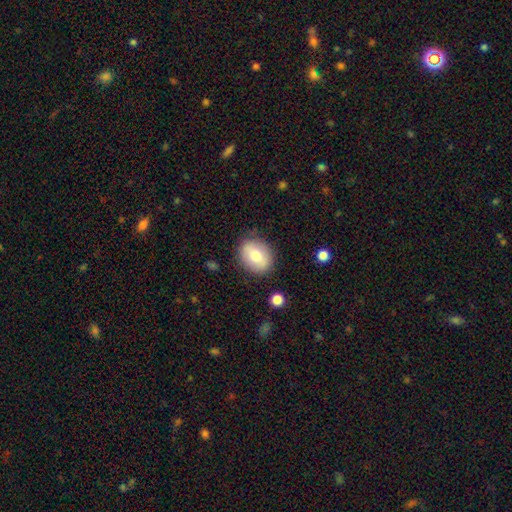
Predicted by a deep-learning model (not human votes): Smooth or featured? Predicted: smooth (p=0.75). How rounded? Predicted: in between (p=0.57). Merging? Predicted: none (p=0.82).